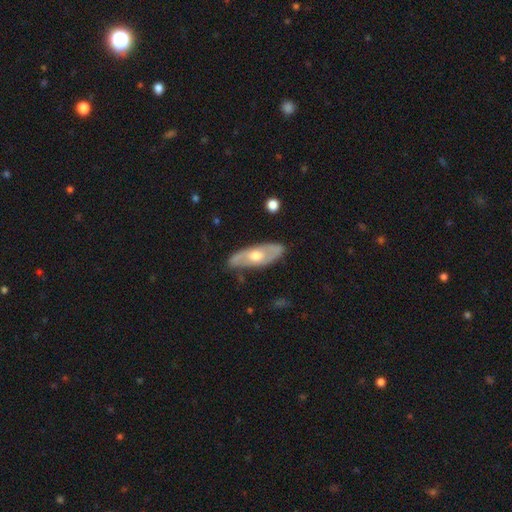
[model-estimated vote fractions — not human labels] This is likely a featured or disk galaxy (66%). It is likely not viewed edge-on (75%). Merging: clearly none (81%).